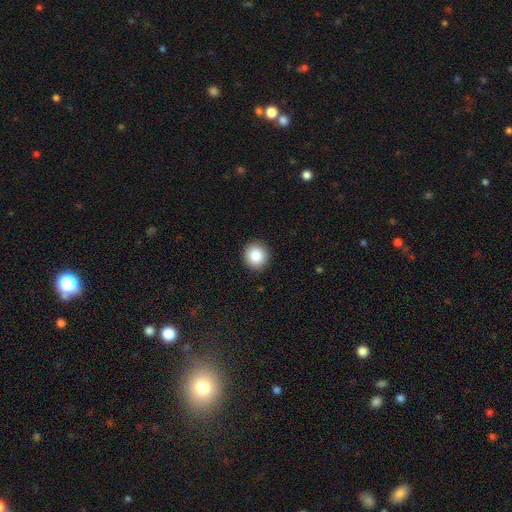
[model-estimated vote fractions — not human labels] Smooth or featured?
  - smooth: 86% *
  - star or artifact: 9%
  - featured or disk: 6%
How rounded?
  - round: 88% *
  - in between: 11%
  - cigar-shaped: 1%
Merging?
  - none: 92% *
  - minor disturbance: 6%
  - major disturbance: 2%
  - merger: 1%